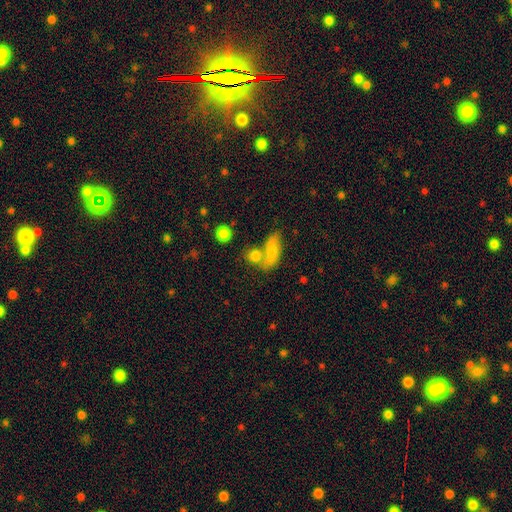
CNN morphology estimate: star or artifact 37%, smooth 35%, featured or disk 28%.